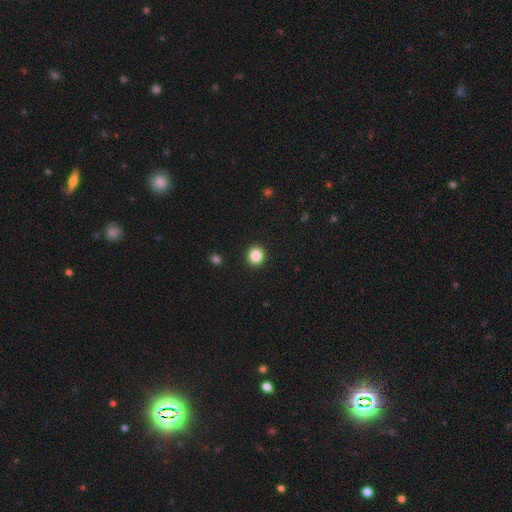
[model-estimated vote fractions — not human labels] smooth 86%, star or artifact 10%, featured or disk 4%. Down the decision tree: how rounded — round (92%); merging — none (93%).